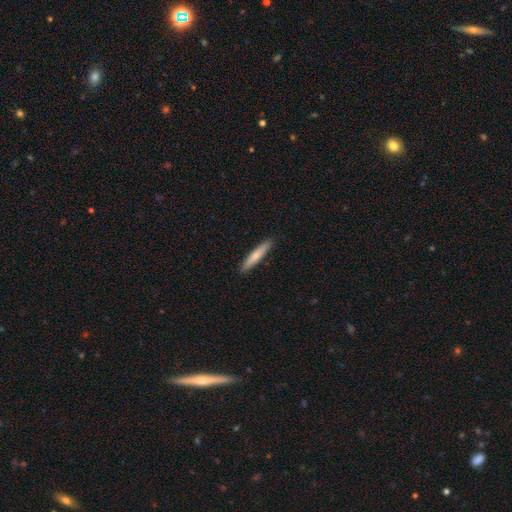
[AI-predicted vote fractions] smooth 68%, featured or disk 27%, star or artifact 5%. Down the decision tree: how rounded — cigar-shaped (91%); merging — none (91%).